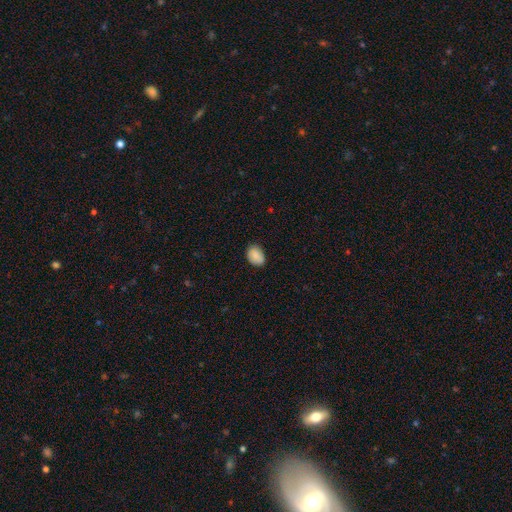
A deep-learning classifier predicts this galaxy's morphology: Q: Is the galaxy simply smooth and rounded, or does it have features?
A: smooth — 87%.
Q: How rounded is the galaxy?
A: in between — 73%.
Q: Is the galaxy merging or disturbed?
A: none — 81%.